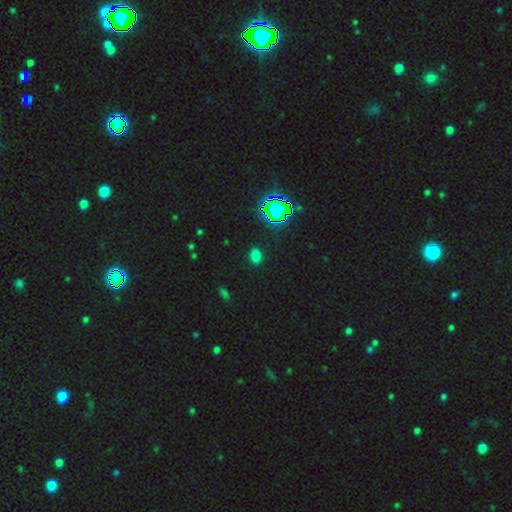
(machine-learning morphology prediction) A smooth galaxy with no disk features (63%) that is in between round and cigar-shaped (76%).

Vote fractions:
- Smooth or featured? smooth: 63% / star or artifact: 31% / featured or disk: 6%
- How rounded? in between: 76% / round: 22% / cigar-shaped: 2%
- Merging? none: 88% / minor disturbance: 8% / major disturbance: 3% / merger: 2%